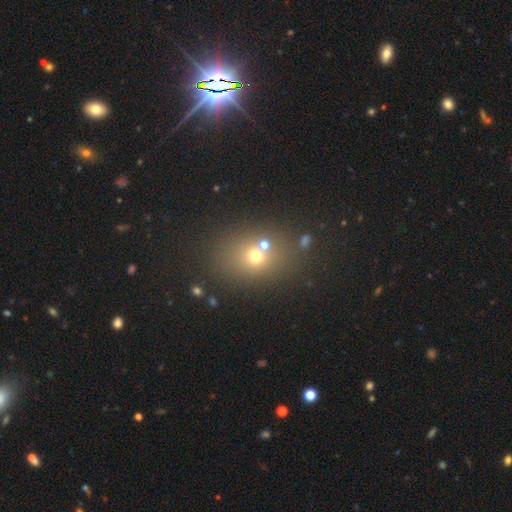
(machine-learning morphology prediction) Smooth or featured?
  - smooth: 62% *
  - star or artifact: 22%
  - featured or disk: 16%
How rounded?
  - round: 55% *
  - in between: 44%
  - cigar-shaped: 1%
Merging?
  - none: 65% *
  - merger: 19%
  - minor disturbance: 10%
  - major disturbance: 5%